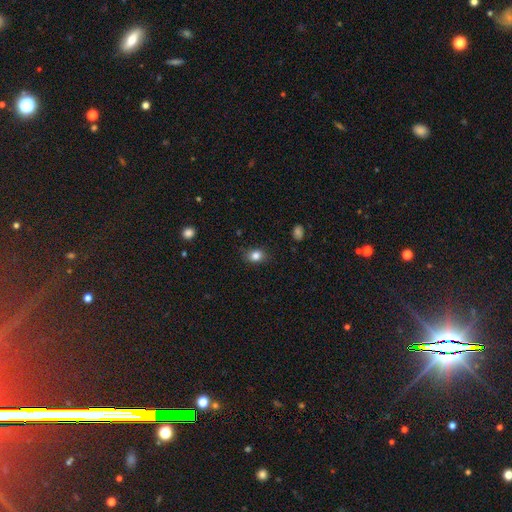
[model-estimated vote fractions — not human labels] Overall: smooth (84%). How rounded: in between (56%; round 42%). Merging: none (82%).